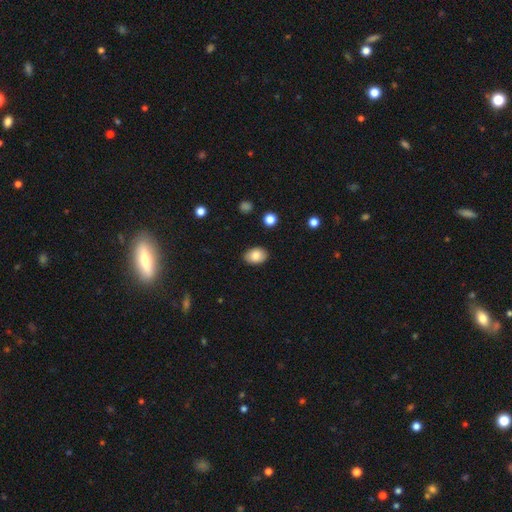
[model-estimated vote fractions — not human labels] smooth 85%, star or artifact 8%, featured or disk 7%. Down the decision tree: how rounded — in between (79%); merging — none (88%).